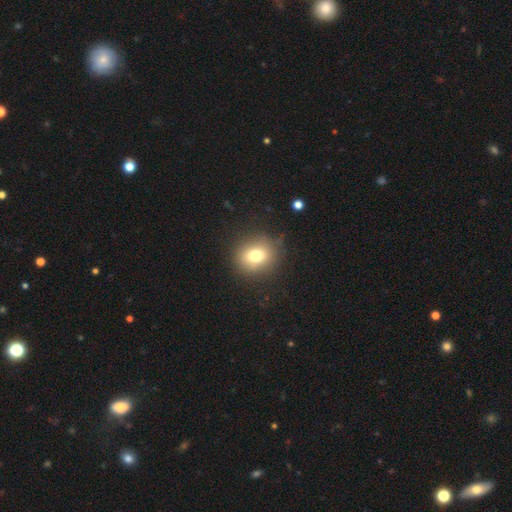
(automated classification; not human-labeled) smooth_or_featured: smooth (p=0.75) [alt: star or artifact p=0.13]
how_rounded: round (p=0.75) [alt: in between p=0.24]
merging: none (p=0.84) [alt: minor disturbance p=0.10]